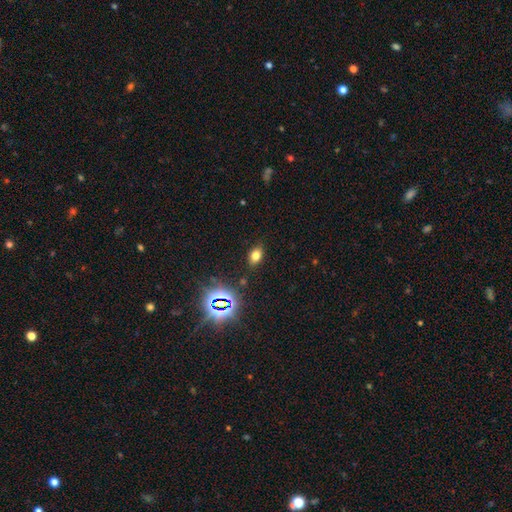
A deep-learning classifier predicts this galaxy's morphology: Overall: smooth (69%). How rounded: in between (80%). Merging: none (85%).